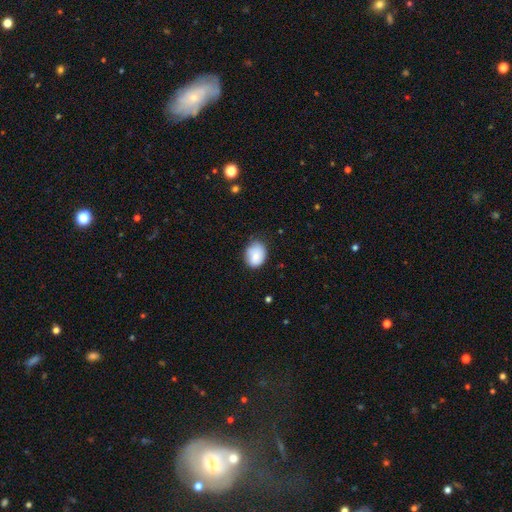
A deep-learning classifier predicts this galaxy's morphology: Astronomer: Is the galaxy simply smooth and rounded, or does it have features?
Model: smooth — 83%.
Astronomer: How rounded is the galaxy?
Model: in between — 57% (runner-up: round, 42%).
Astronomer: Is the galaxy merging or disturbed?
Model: none — 69%.